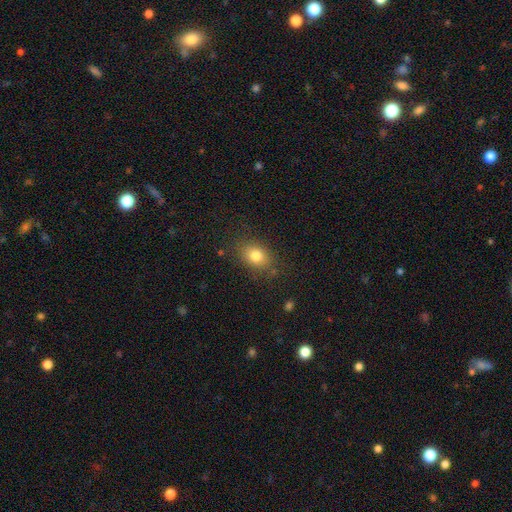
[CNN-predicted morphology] Smooth or featured? Predicted: smooth (p=0.80). How rounded? Predicted: in between (p=0.66). Merging? Predicted: none (p=0.81).